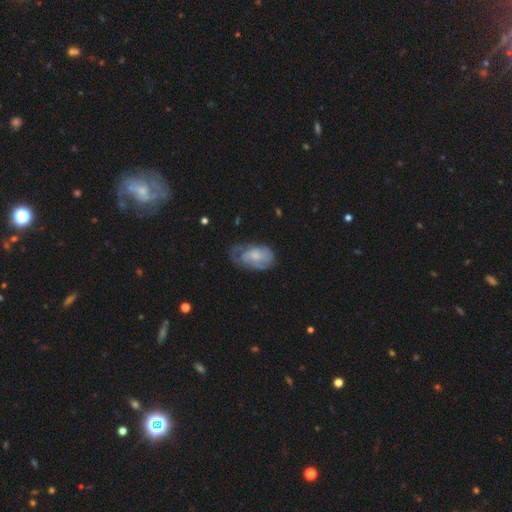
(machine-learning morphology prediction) Overall: featured or disk (57%; smooth 36%). Edge-on disk: no (96%). Bar: no (73%). Spiral arms: yes (77%). Bulge size: small (41%; moderate 34%). Merging: none (42%; minor disturbance 32%).